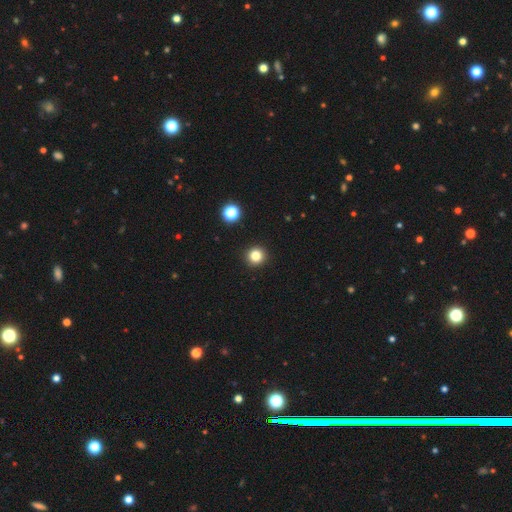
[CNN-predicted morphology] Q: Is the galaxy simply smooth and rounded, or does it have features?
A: smooth — 82%.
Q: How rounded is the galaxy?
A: round — 94%.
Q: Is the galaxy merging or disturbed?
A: none — 93%.